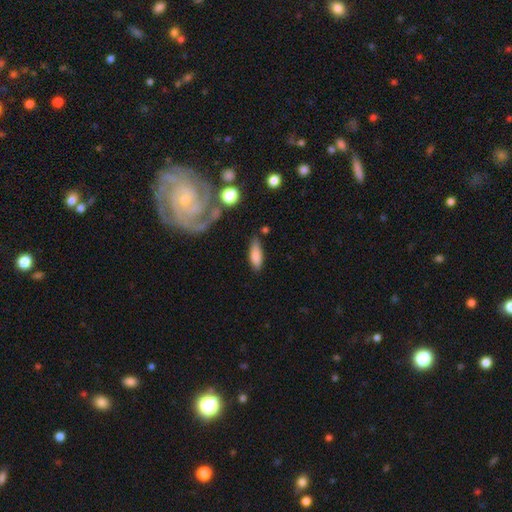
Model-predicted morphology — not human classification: Smooth or featured: smooth — 77% (featured or disk — 15%)
How rounded: in between — 58% (cigar-shaped — 40%)
Merging: none — 69% (minor disturbance — 20%)